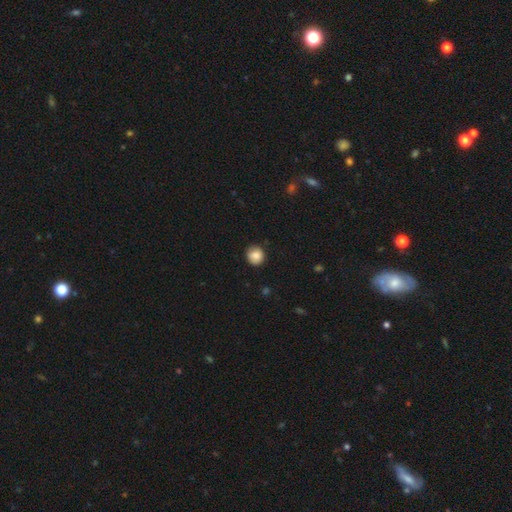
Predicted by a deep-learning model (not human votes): This is clearly a smooth galaxy (85%). How rounded: clearly round (89%). Merging: clearly none (86%).